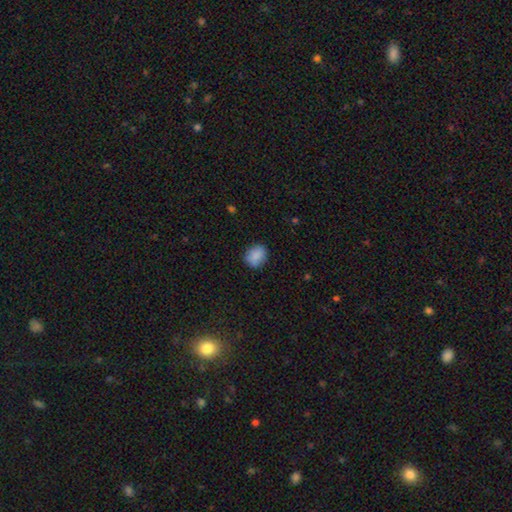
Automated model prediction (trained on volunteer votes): Morphology: type=smooth (87%); roundness=round (55%); merging=none (82%).